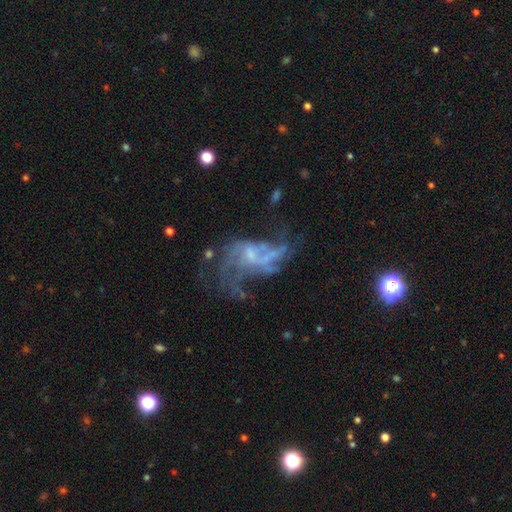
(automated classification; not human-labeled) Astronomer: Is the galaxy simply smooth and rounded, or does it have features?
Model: featured or disk — 73%.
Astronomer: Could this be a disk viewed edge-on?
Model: no — 97%.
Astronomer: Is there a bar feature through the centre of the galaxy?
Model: no — 63%.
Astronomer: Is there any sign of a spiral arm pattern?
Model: yes — 63%.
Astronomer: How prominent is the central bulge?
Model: none — 43% (runner-up: small, 38%).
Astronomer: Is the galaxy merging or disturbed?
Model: major disturbance — 43% (runner-up: none, 32%).